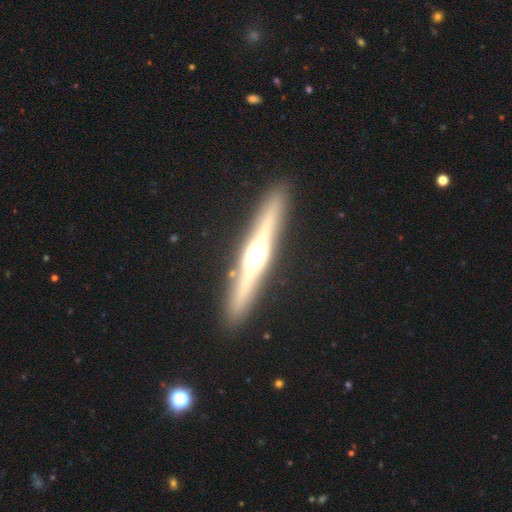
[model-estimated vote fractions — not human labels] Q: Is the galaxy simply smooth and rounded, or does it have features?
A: featured or disk — 74%.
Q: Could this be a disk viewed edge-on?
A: yes — 97%.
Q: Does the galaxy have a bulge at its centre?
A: rounded — 92%.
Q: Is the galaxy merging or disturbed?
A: none — 90%.